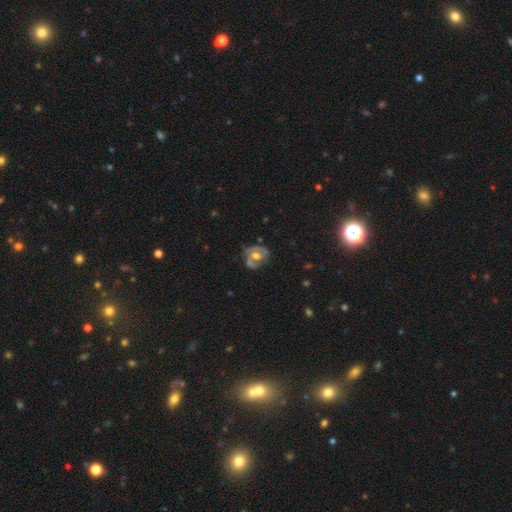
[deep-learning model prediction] smooth_or_featured: featured or disk (p=0.65) [alt: smooth p=0.28]
disk_edge_on: no (p=0.96) [alt: yes p=0.04]
bar: no (p=0.58) [alt: weak p=0.32]
has_spiral_arms: yes (p=0.63) [alt: no p=0.37]
bulge_size: moderate (p=0.63) [alt: large p=0.23]
merging: none (p=0.57) [alt: minor disturbance p=0.24]